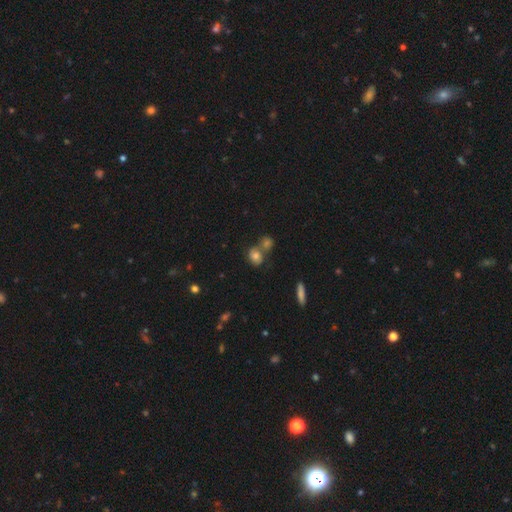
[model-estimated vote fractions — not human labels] This appears to be a smooth galaxy with no disk features (72%) that is round (53%). Merging: none (44%).